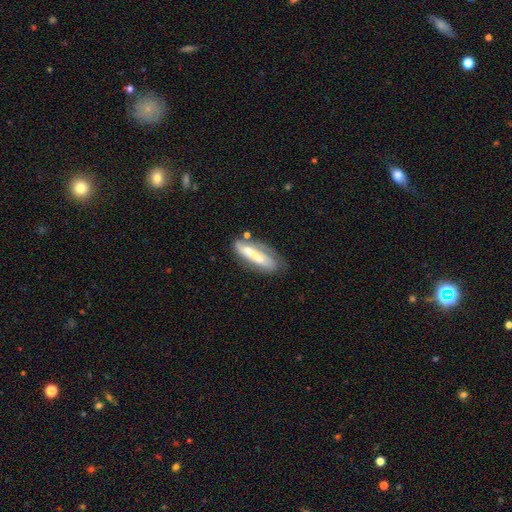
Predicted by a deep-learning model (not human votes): smooth-or-featured: smooth: 48% | featured or disk: 44% | star or artifact: 7%
  merging: none: 49% | minor disturbance: 27% | major disturbance: 14% | merger: 9%